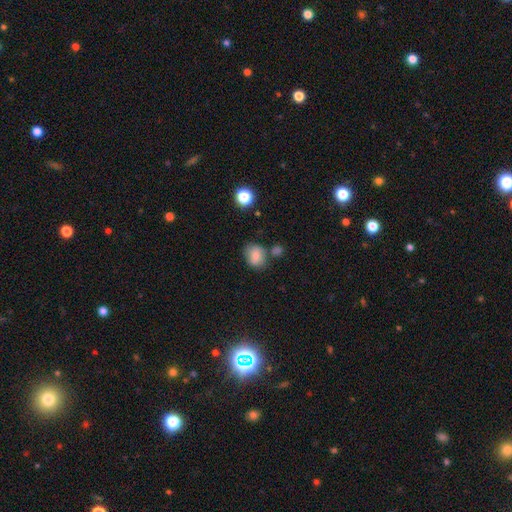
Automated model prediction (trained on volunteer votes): This is likely a smooth galaxy (75%). How rounded: possibly round (58%). Merging: likely none (65%).